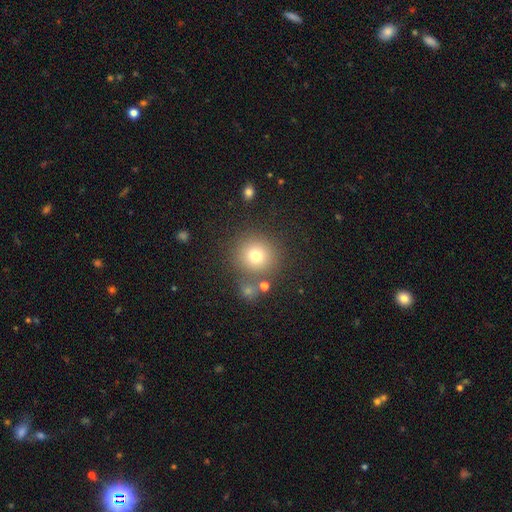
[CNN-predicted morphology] This is likely a smooth galaxy (75%). How rounded: clearly round (91%). Merging: likely none (78%).